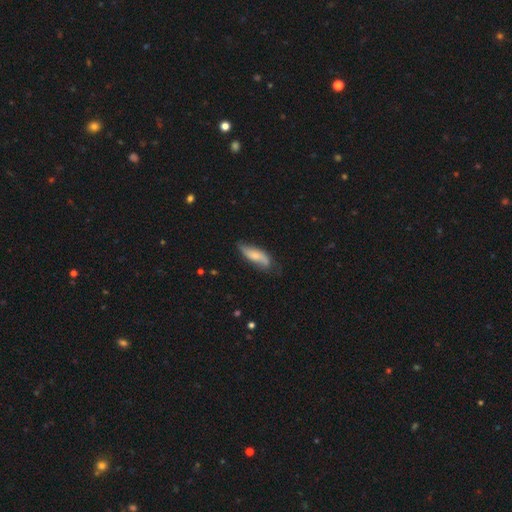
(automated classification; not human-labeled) This appears to be a smooth galaxy with no disk features (52%) that is in between round and cigar-shaped (59%). Merging: none (60%).